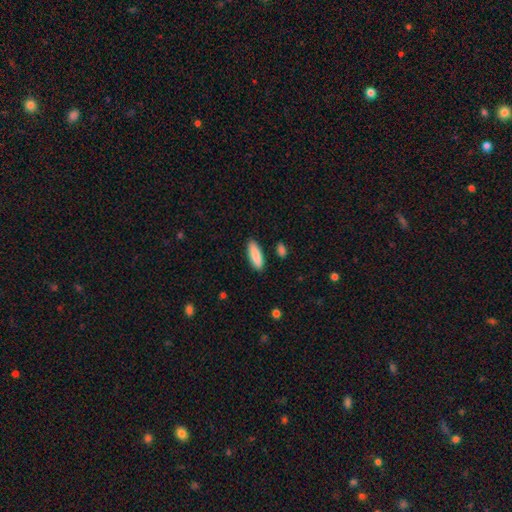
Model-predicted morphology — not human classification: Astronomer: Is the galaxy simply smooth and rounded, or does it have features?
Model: smooth — 88%.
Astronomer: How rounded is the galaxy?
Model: in between — 50% (runner-up: cigar-shaped, 48%).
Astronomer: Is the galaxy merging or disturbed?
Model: none — 88%.